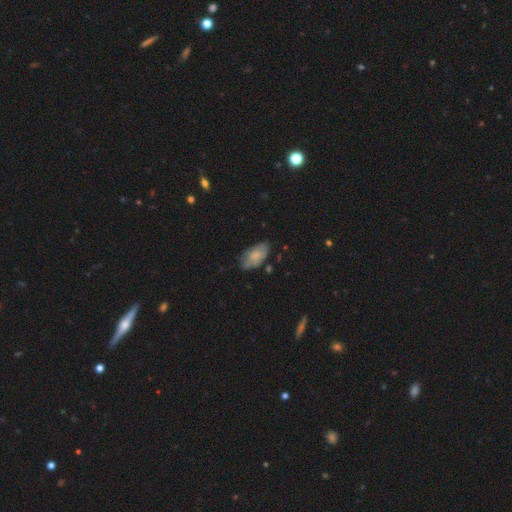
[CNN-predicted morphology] Smooth or featured? Predicted: smooth (p=0.69). How rounded? Predicted: in between (p=0.94). Merging? Predicted: none (p=0.63).